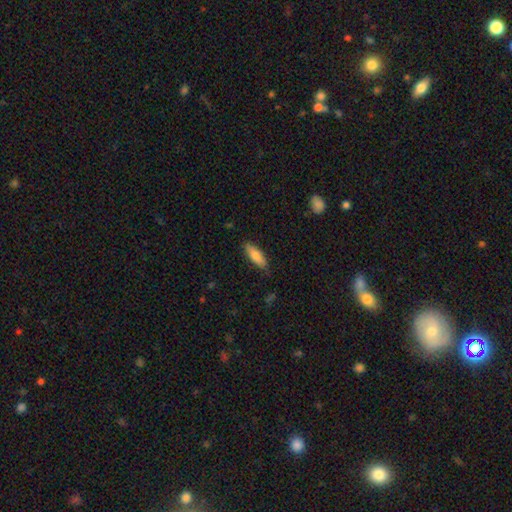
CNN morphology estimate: smooth 80%, featured or disk 15%, star or artifact 6%. Down the decision tree: how rounded — in between (55%); merging — none (82%).